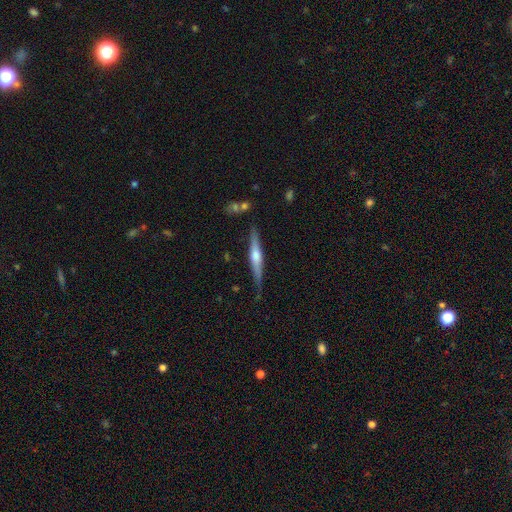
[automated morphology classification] type=featured or disk (69%); edge-on=yes (97%); edge-on bulge=rounded (85%); merging=none (81%).